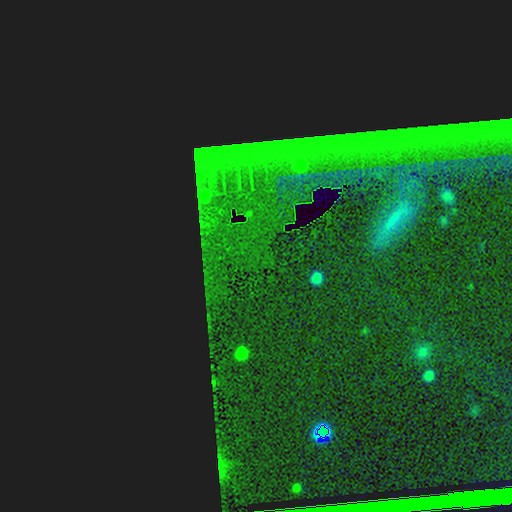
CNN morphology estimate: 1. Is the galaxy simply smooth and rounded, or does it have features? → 83% star or artifact, 9% featured or disk, 8% smooth.